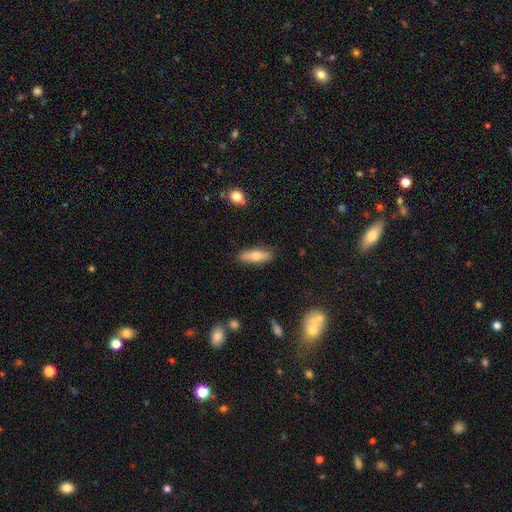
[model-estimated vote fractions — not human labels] Overall: smooth (69%). How rounded: in between (53%; cigar-shaped 44%). Merging: none (85%).